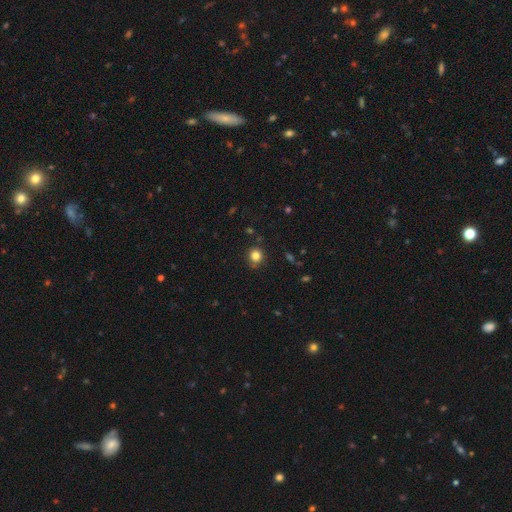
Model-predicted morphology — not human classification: smooth_or_featured: smooth (p=0.82) [alt: star or artifact p=0.12]
how_rounded: round (p=0.85) [alt: in between p=0.14]
merging: none (p=0.81) [alt: minor disturbance p=0.13]